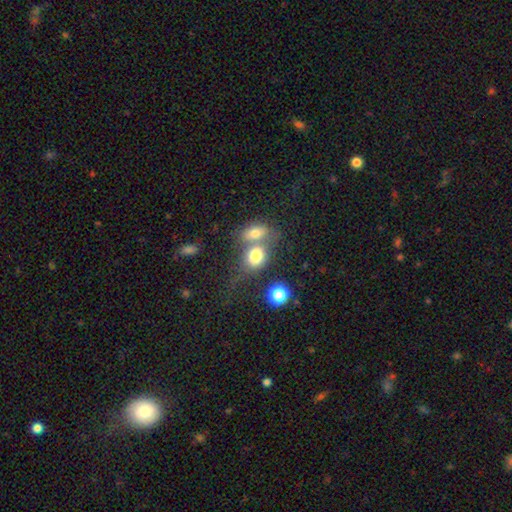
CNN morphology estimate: smooth 76%, featured or disk 13%, star or artifact 11%. Down the decision tree: how rounded — in between (61%); merging — merger (55%).